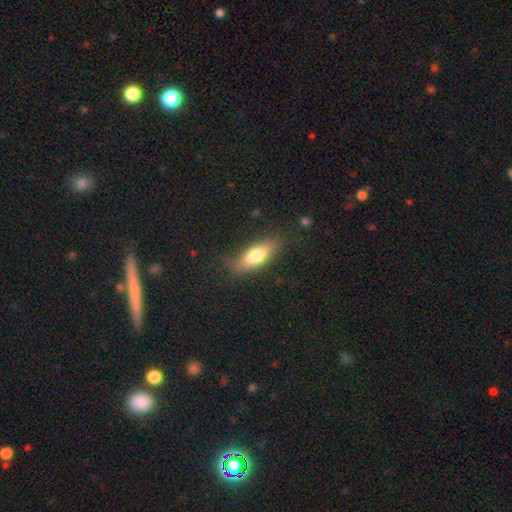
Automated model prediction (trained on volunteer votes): Smooth or featured? Predicted: smooth (p=0.72). How rounded? Predicted: in between (p=0.66). Merging? Predicted: none (p=0.77).